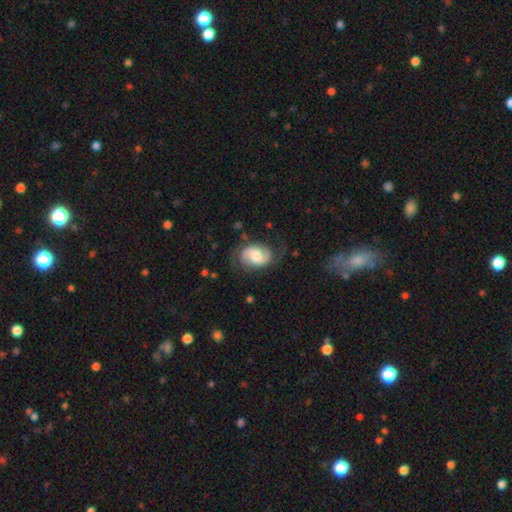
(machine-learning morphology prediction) This appears to be a featured or disk galaxy (63%) with no bar (50%), 2 (85%) medium (44%) spiral arms (87%) and a moderate central bulge (65%). Merging: none (65%).